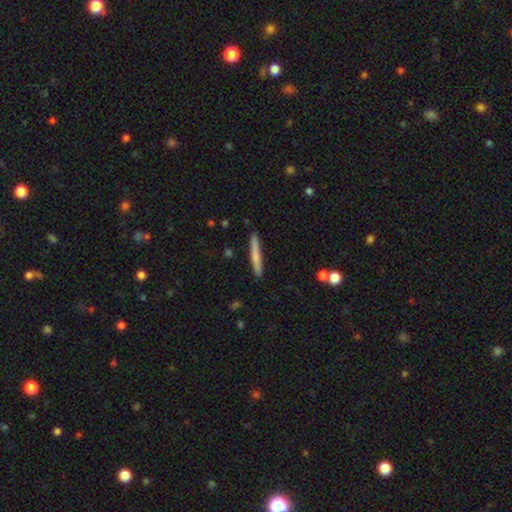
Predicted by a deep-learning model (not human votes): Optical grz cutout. It shows a smooth galaxy with no disk features (67%) that is cigar-shaped (95%). Merging: none (89%).